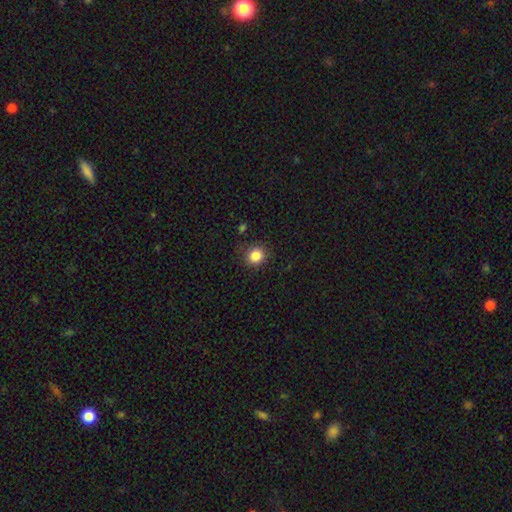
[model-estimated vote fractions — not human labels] A smooth galaxy with no disk features (85%) that is round (85%). Merging: none (85%).